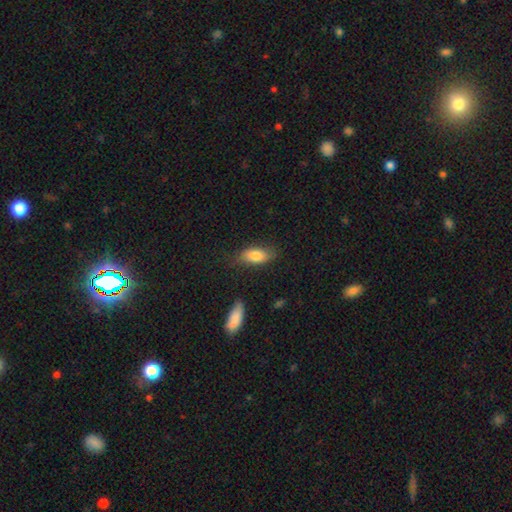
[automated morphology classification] Smooth or featured? smooth (81%)
How rounded? in between (86%)
Merging? none (74%)